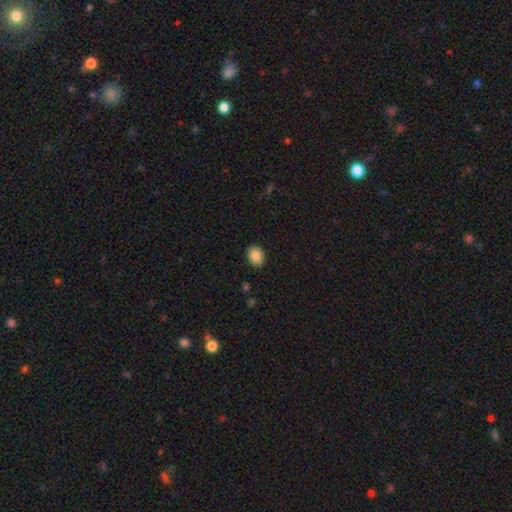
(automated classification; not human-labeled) smooth-or-featured: smooth: 85% | star or artifact: 8% | featured or disk: 7%
  how-rounded: in between: 60% | round: 39% | cigar-shaped: 1%
  merging: none: 89% | minor disturbance: 8% | major disturbance: 2% | merger: 1%